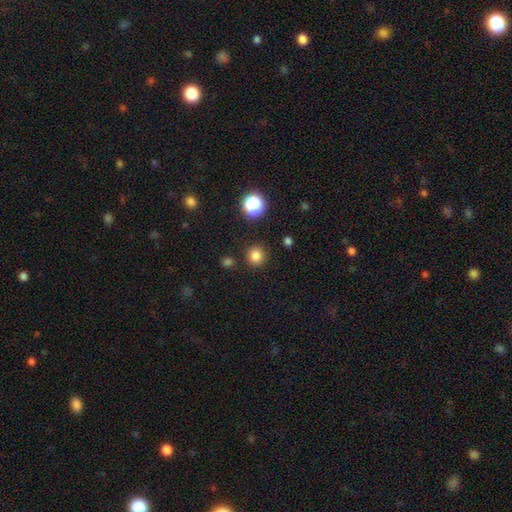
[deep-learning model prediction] A smooth galaxy with no disk features (81%) that is round (92%). Merging: none (88%).